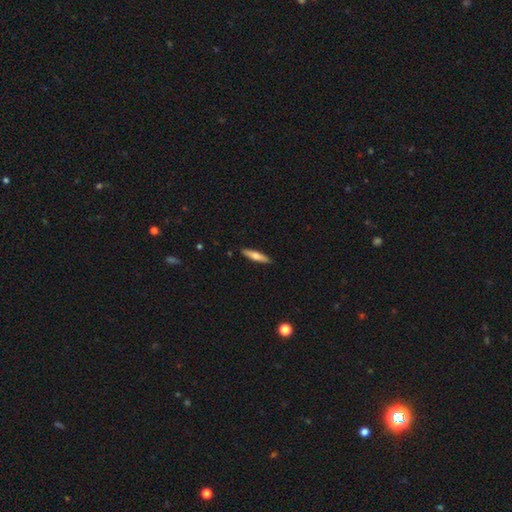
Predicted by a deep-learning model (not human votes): Q: Smooth or featured?
A: smooth (58%); runner-up: featured or disk (37%)
Q: How rounded?
A: cigar-shaped (80%); runner-up: in between (18%)
Q: Merging?
A: none (90%); runner-up: minor disturbance (7%)